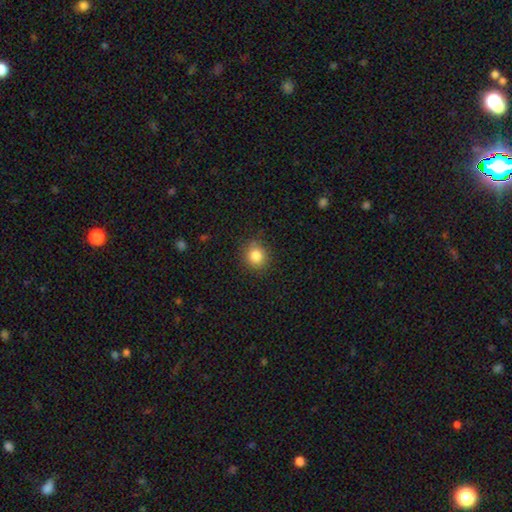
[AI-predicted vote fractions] Smooth or featured? Predicted: smooth (p=0.83). How rounded? Predicted: round (p=0.85). Merging? Predicted: none (p=0.87).